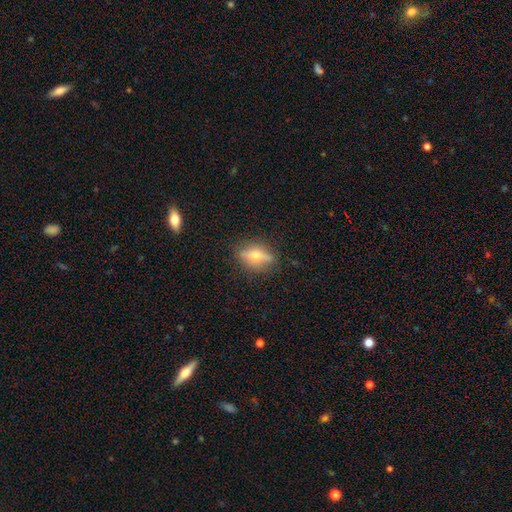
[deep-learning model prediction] Morphology: type=featured or disk (56%); edge-on=yes (81%); merging=none (81%).